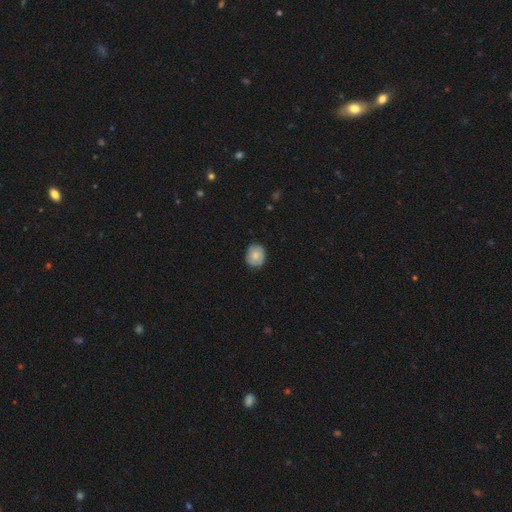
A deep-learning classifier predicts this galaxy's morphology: Smooth or featured: smooth — 73% (featured or disk — 20%)
How rounded: round — 70% (in between — 29%)
Merging: none — 79% (minor disturbance — 17%)